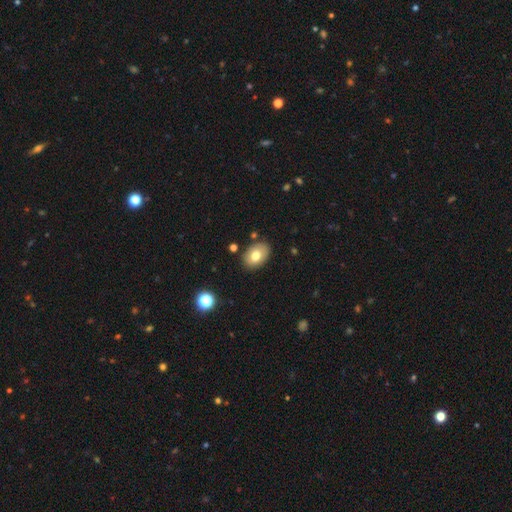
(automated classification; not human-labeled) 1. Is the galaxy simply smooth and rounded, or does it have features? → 74% smooth, 18% featured or disk, 8% star or artifact.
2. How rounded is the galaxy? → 84% in between, 15% round, 1% cigar-shaped.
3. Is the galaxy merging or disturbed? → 85% none, 10% minor disturbance, 2% major disturbance, 2% merger.